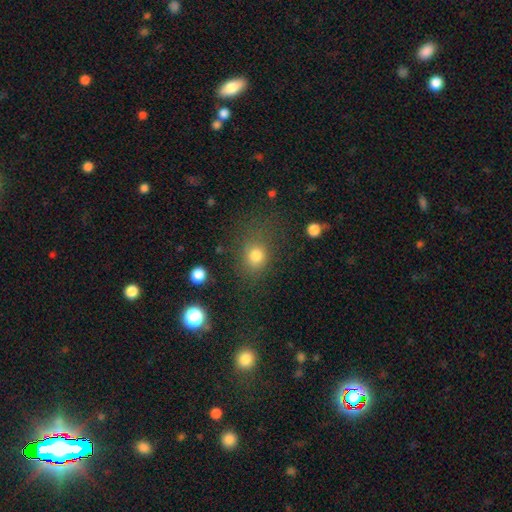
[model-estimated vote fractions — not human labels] Overall: smooth (78%). How rounded: round (62%; in between 36%). Merging: none (68%).